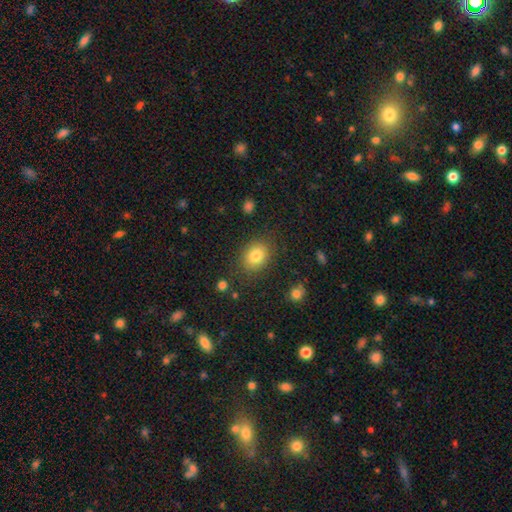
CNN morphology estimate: A smooth galaxy with no disk features (81%) that is in between round and cigar-shaped (57%). Merging: none (83%).